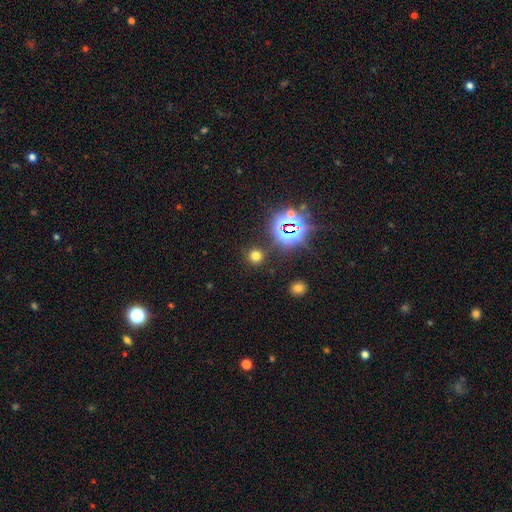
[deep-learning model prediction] Smooth or featured?
  - smooth: 62% *
  - star or artifact: 31%
  - featured or disk: 7%
How rounded?
  - round: 91% *
  - in between: 8%
  - cigar-shaped: 1%
Merging?
  - none: 85% *
  - minor disturbance: 7%
  - merger: 4%
  - major disturbance: 3%